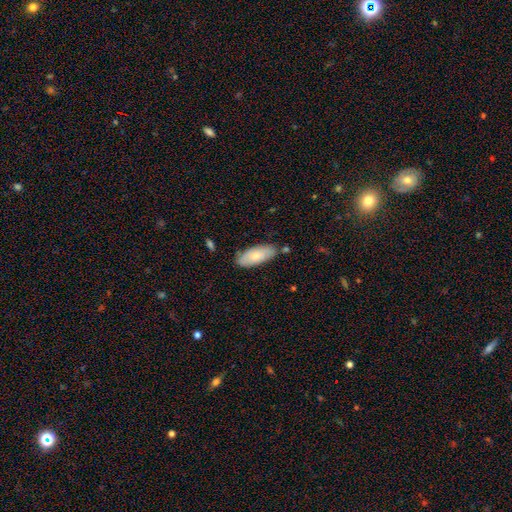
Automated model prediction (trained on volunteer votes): Smooth or featured? smooth (74%)
How rounded? in between (82%)
Merging? none (77%)